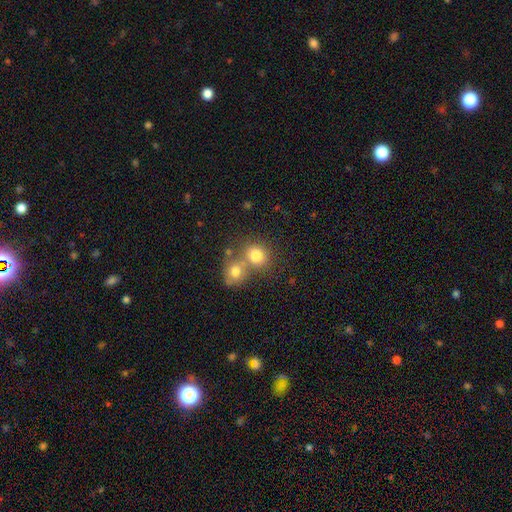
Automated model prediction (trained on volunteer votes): This appears to be a smooth galaxy with no disk features (79%) that is round (72%). Merging: merger (46%).